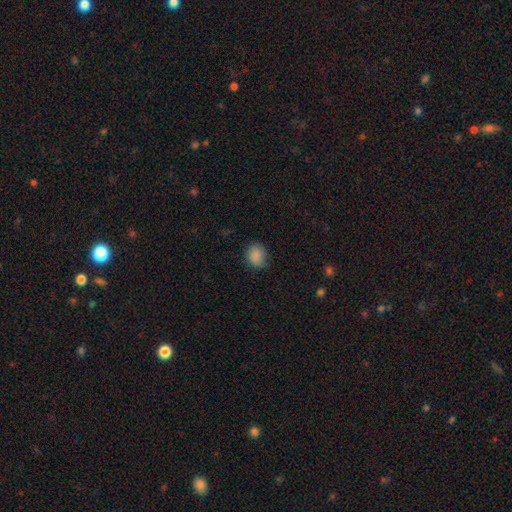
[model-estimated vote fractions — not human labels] This is clearly a smooth galaxy (87%). How rounded: possibly round (55%). Merging: likely none (74%).